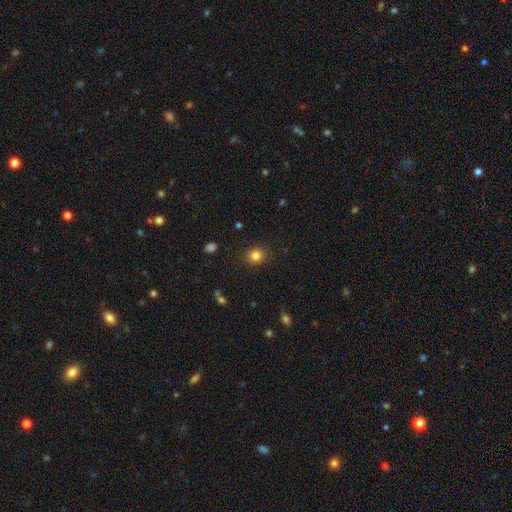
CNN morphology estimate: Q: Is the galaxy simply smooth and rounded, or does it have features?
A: smooth — 82%.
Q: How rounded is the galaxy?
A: round — 81%.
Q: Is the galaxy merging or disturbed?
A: none — 88%.